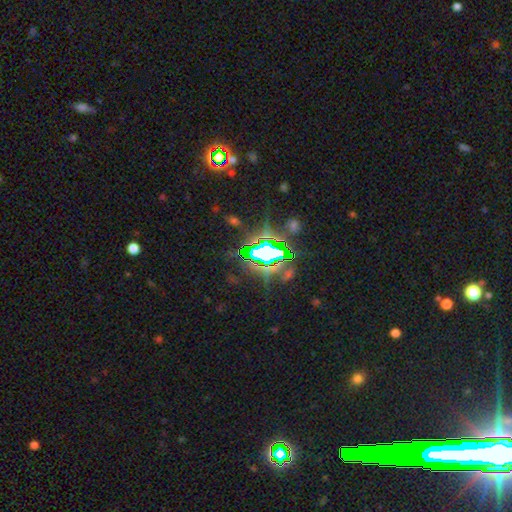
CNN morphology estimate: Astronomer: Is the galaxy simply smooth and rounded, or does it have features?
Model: star or artifact — 75%.